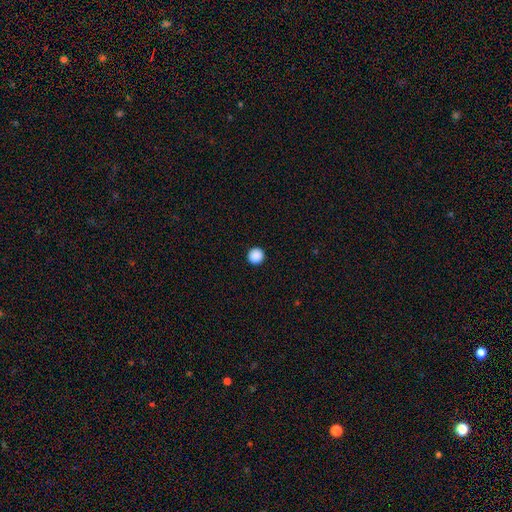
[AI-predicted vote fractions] This is clearly a smooth galaxy (89%). How rounded: clearly round (96%). Merging: clearly none (94%).